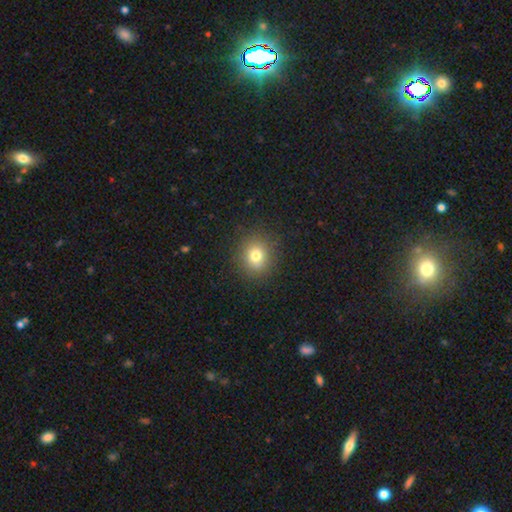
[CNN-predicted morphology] This appears to be a smooth galaxy with no disk features (76%) that is round (81%). Merging: none (88%).